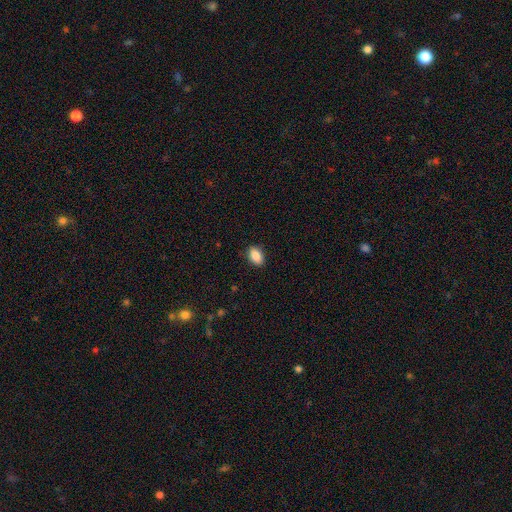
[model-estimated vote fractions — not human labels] Smooth or featured? Predicted: smooth (p=0.89). How rounded? Predicted: in between (p=0.88). Merging? Predicted: none (p=0.88).